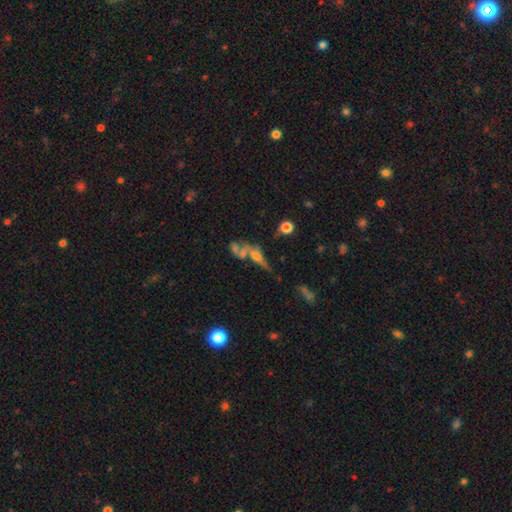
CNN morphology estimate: This is possibly a featured or disk galaxy (50%). Merging: possibly merger (47%).